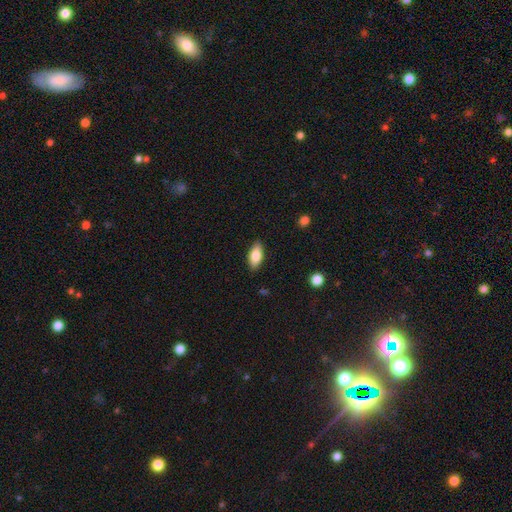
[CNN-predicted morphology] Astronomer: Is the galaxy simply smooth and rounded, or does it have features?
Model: smooth — 80%.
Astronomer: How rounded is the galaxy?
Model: in between — 88%.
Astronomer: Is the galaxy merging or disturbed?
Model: none — 88%.